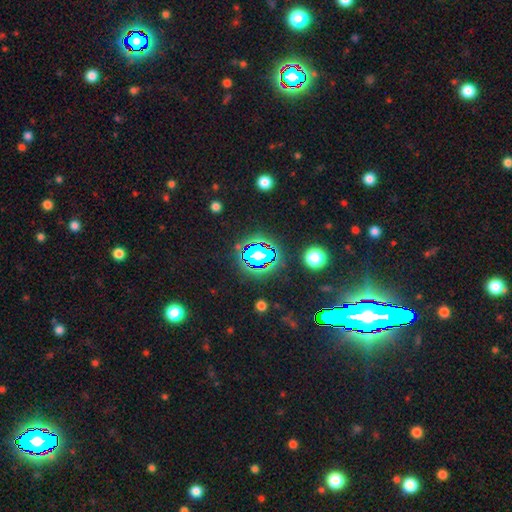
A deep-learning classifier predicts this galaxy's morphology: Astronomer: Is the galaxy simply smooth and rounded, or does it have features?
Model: star or artifact — 77%.